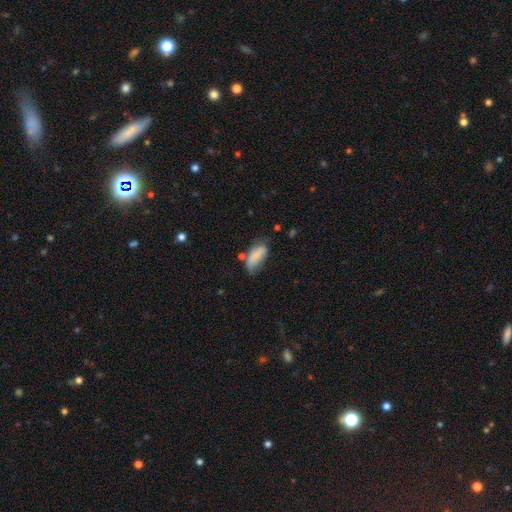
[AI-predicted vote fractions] The model was most divided on "merging": none: 43%, minor disturbance: 36%, major disturbance: 15%, merger: 7%. More confident: how rounded — in between (86%); smooth or featured — smooth (79%).